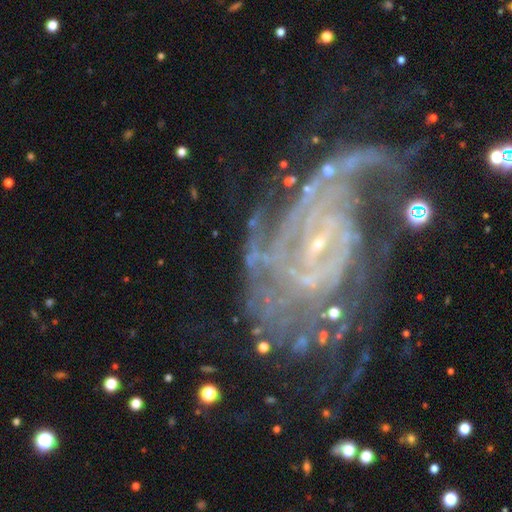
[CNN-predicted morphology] Smooth or featured: featured or disk — 86% (star or artifact — 9%)
Edge-on disk: no — 96% (yes — 4%)
Bar: weak — 39% (strong — 35%)
Spiral arms: yes — 95% (no — 5%)
Spiral winding: tight — 63% (medium — 29%)
Spiral arm count: can't tell — 27% (2 — 25%)
Bulge size: small — 82% (moderate — 11%)
Merging: none — 58% (minor disturbance — 21%)